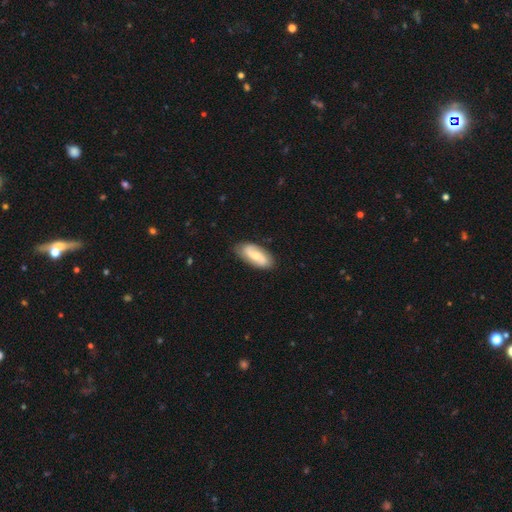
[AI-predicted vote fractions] Smooth or featured?
  - featured or disk: 51% *
  - smooth: 43%
  - star or artifact: 6%
Edge-on disk?
  - no: 92% *
  - yes: 8%
Merging?
  - none: 83% *
  - minor disturbance: 13%
  - major disturbance: 3%
  - merger: 1%